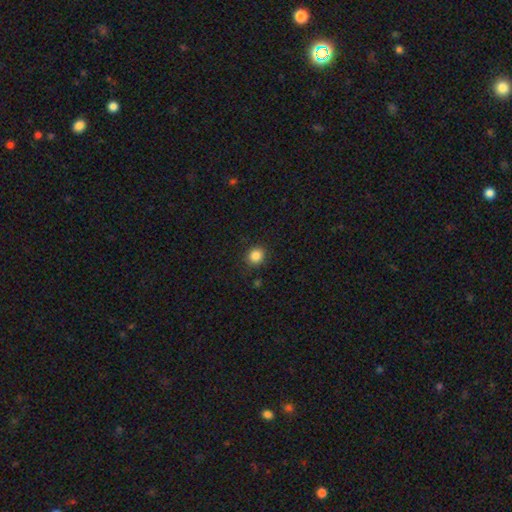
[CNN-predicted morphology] The model was most divided on "how rounded": round: 82%, in between: 17%, cigar-shaped: 1%. More confident: merging — none (88%); smooth or featured — smooth (85%).